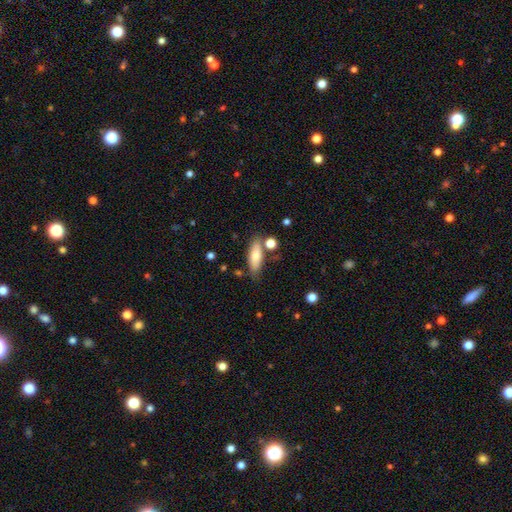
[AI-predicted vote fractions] Smooth or featured? smooth (75%)
How rounded? in between (64%)
Merging? none (73%)